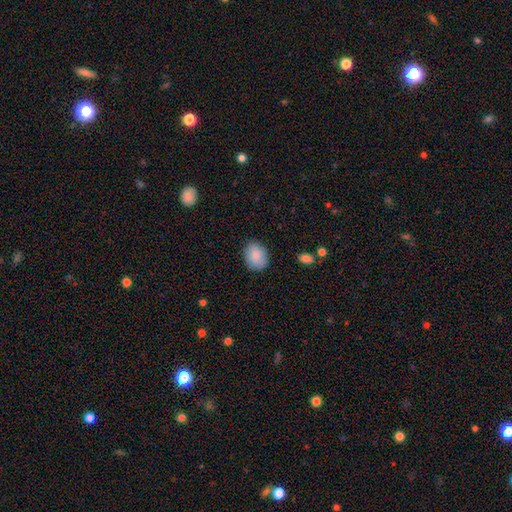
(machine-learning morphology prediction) type=smooth (87%); roundness=in between (59%); merging=none (85%).